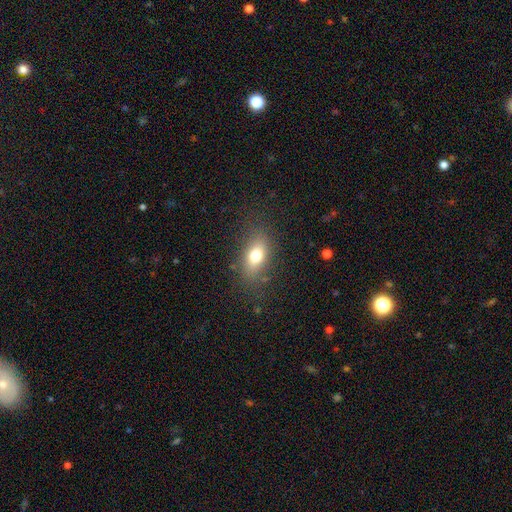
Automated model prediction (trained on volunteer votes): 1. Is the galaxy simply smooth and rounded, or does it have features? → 73% smooth, 16% featured or disk, 11% star or artifact.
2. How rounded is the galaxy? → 79% in between, 15% round, 5% cigar-shaped.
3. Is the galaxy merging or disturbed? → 80% none, 13% minor disturbance, 5% major disturbance, 1% merger.